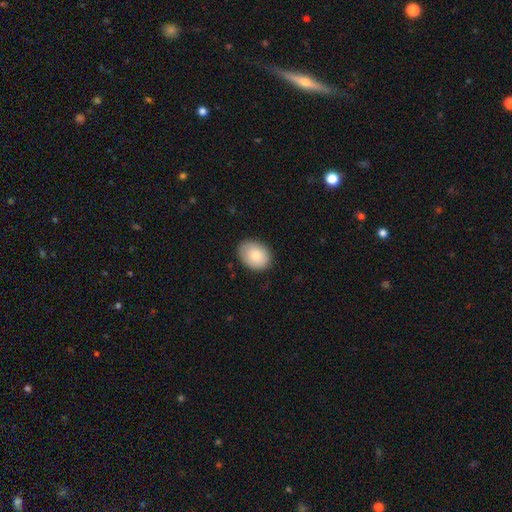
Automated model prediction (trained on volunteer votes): Smooth or featured? Predicted: smooth (p=0.83). How rounded? Predicted: in between (p=0.68). Merging? Predicted: none (p=0.85).